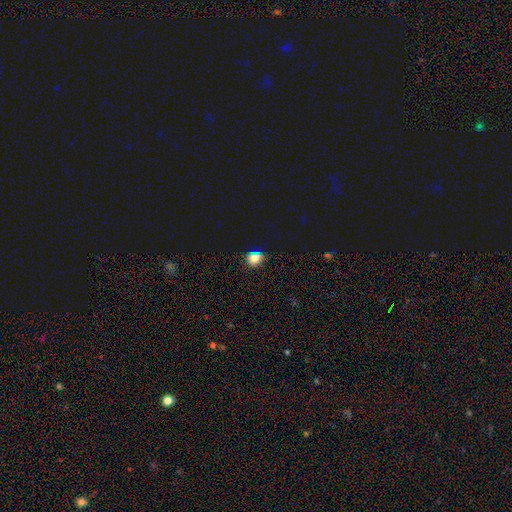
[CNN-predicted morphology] The model was most divided on "how rounded": round: 57%, in between: 41%, cigar-shaped: 2%. More confident: merging — none (79%); smooth or featured — smooth (76%).